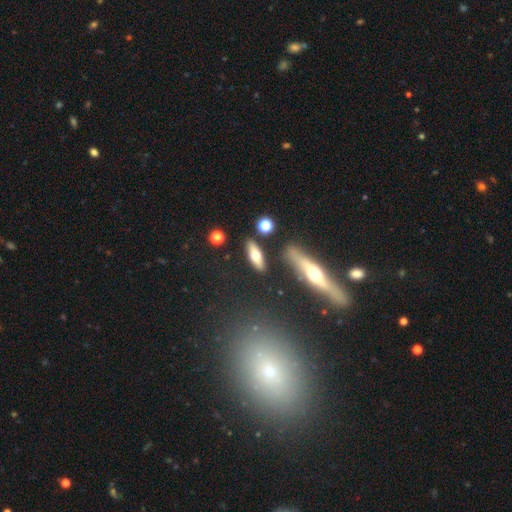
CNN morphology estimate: smooth 60%, featured or disk 33%, star or artifact 7%. Down the decision tree: how rounded — in between (56%); merging — none (82%).